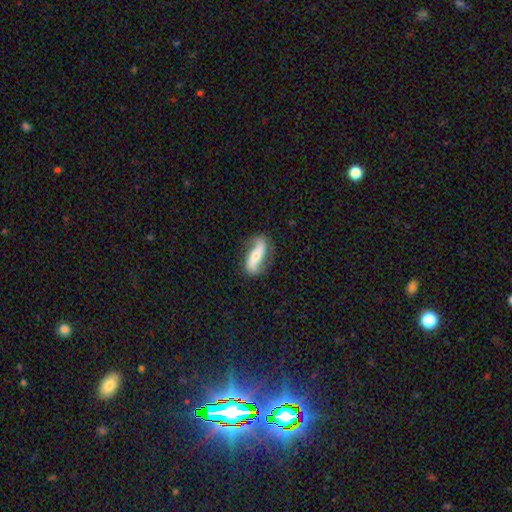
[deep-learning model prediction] This is likely a featured or disk galaxy (68%). It is likely not viewed edge-on (80%). Bar: possibly strong (46%). Spiral arm pattern: clearly yes (87%). Central bulge: possibly small (46%). Merging: likely none (78%).